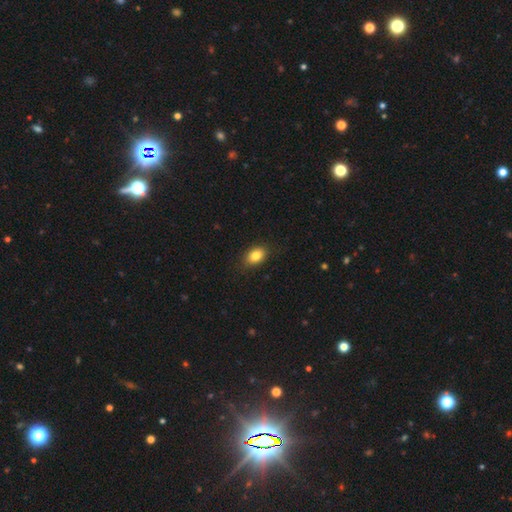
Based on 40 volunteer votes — Smooth or featured? 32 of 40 (80%) said smooth. How rounded? 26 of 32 (81%) said in between. Merging? 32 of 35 (91%) said none.